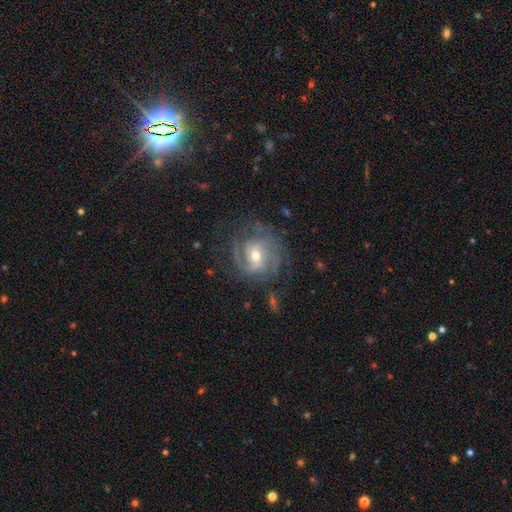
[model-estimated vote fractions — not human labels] smooth_or_featured: featured or disk (p=0.87) [alt: smooth p=0.07]
disk_edge_on: no (p=0.97) [alt: yes p=0.03]
bar: weak (p=0.43) [alt: no p=0.41]
has_spiral_arms: yes (p=0.96) [alt: no p=0.04]
spiral_winding: tight (p=0.46) [alt: medium p=0.40]
spiral_arm_count: 2 (p=0.34) [alt: 3 p=0.25]
bulge_size: moderate (p=0.55) [alt: small p=0.41]
merging: none (p=0.68) [alt: minor disturbance p=0.18]